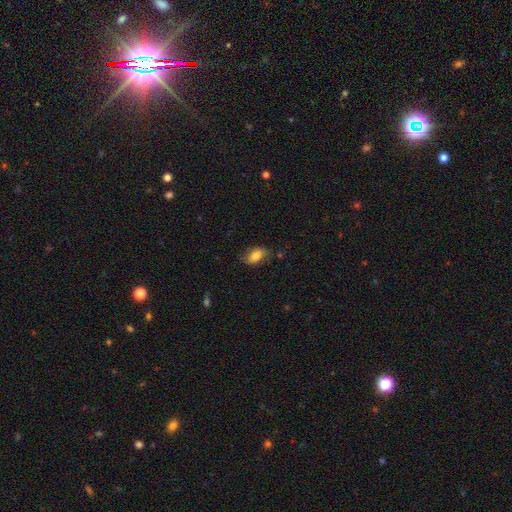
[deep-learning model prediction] A smooth galaxy with no disk features (74%) that is in between round and cigar-shaped (88%).

Vote fractions:
- Smooth or featured? smooth: 74% / featured or disk: 18% / star or artifact: 8%
- How rounded? in between: 88% / round: 7% / cigar-shaped: 5%
- Merging? none: 70% / minor disturbance: 22% / major disturbance: 6% / merger: 2%